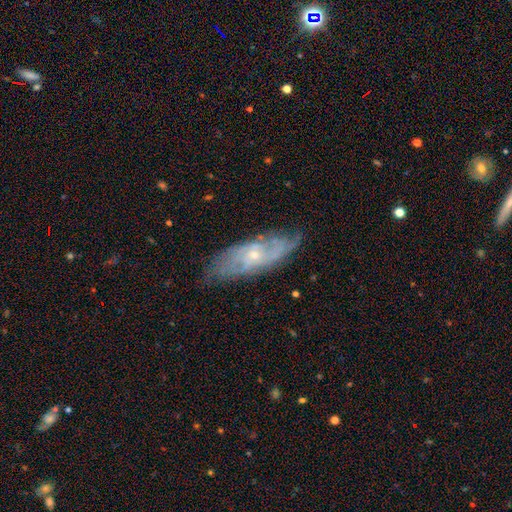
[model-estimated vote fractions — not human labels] The model was most divided on "bar": no: 67%, weak: 28%, strong: 5%. More confident: spiral arms — yes (86%); edge-on disk — no (79%); merging — none (78%); bulge size — small (72%); smooth or featured — featured or disk (72%).